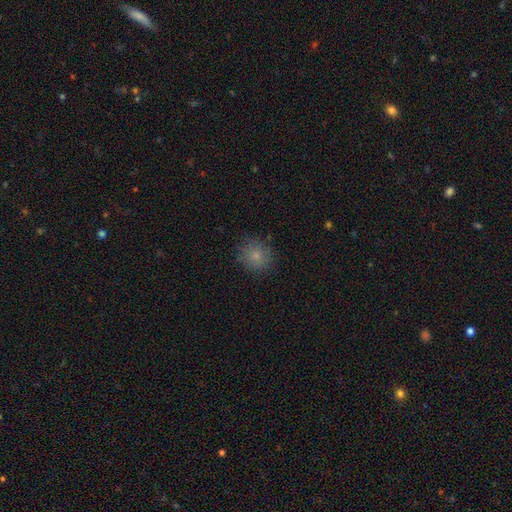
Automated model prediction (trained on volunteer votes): smooth 80%, star or artifact 13%, featured or disk 8%. Down the decision tree: how rounded — round (84%); merging — none (85%).